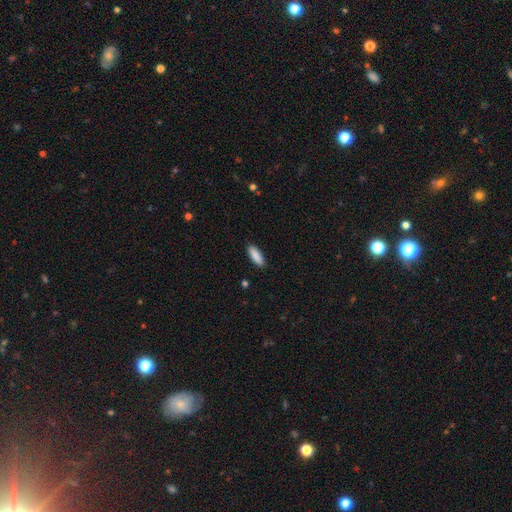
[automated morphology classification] smooth_or_featured: smooth (p=0.89) [alt: star or artifact p=0.06]
how_rounded: in between (p=0.60) [alt: cigar-shaped p=0.39]
merging: none (p=0.90) [alt: minor disturbance p=0.07]